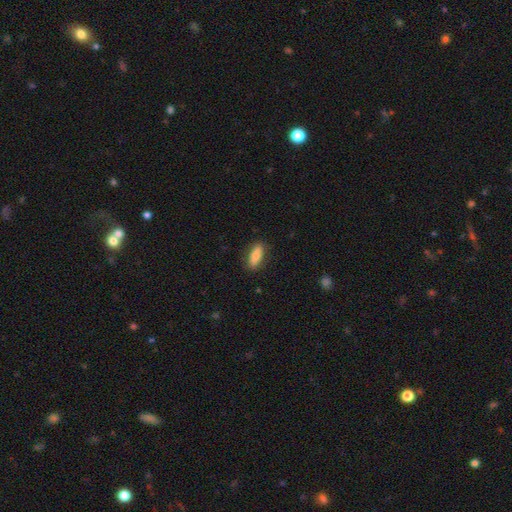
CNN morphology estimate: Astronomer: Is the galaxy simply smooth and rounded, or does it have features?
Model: smooth — 81%.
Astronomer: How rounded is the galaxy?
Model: in between — 66%.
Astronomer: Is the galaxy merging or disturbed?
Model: none — 84%.